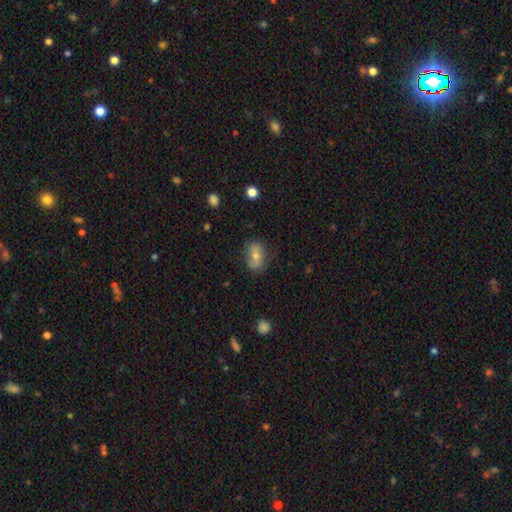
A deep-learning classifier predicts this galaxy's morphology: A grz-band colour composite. It shows a smooth galaxy with no disk features (50%) that is in between round and cigar-shaped (79%). Merging: none (73%).